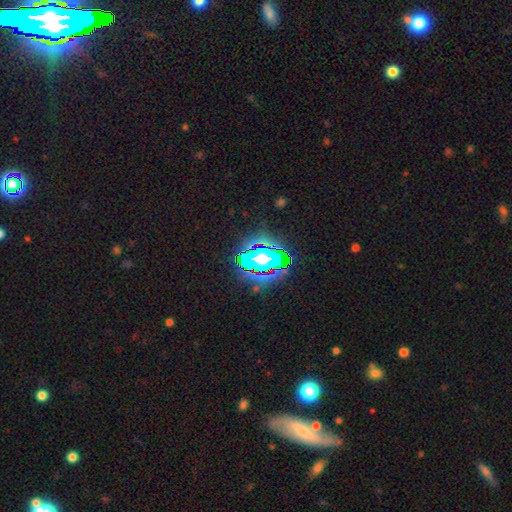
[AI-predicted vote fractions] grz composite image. It shows a star or artifact, not a galaxy (71%).